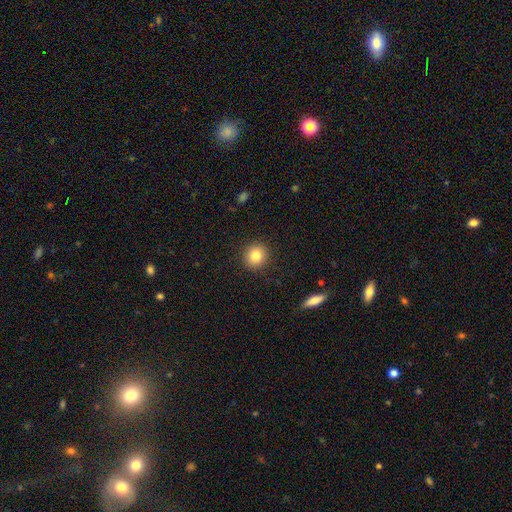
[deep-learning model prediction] Smooth or featured: smooth — 82% (star or artifact — 10%)
How rounded: round — 91% (in between — 8%)
Merging: none — 91% (minor disturbance — 6%)